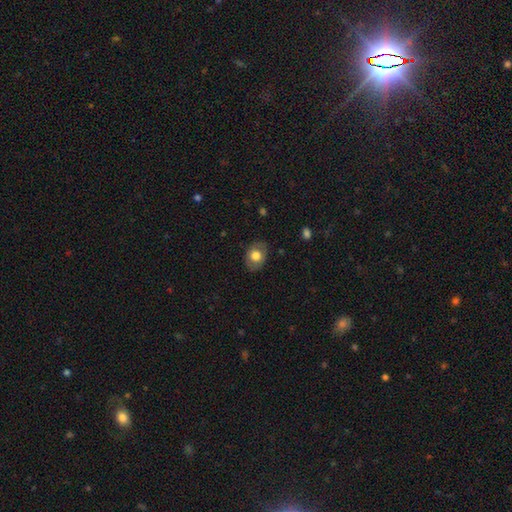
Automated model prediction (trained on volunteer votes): smooth-or-featured: smooth: 69% | featured or disk: 24% | star or artifact: 7%
  how-rounded: in between: 66% | round: 33% | cigar-shaped: 1%
  merging: none: 81% | minor disturbance: 14% | major disturbance: 4% | merger: 1%